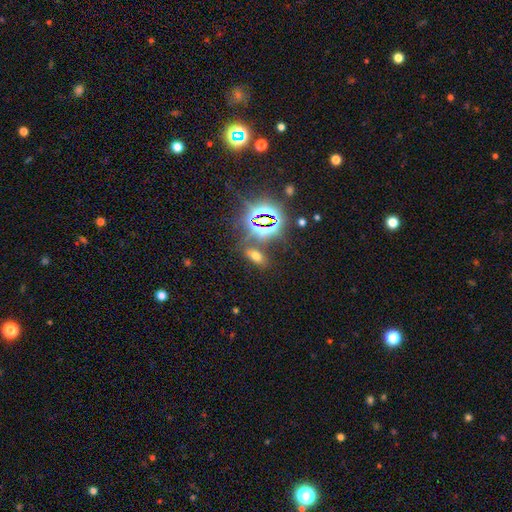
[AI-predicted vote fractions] smooth_or_featured: smooth (p=0.50) [alt: star or artifact p=0.40]
how_rounded: in between (p=0.84) [alt: round p=0.09]
merging: none (p=0.78) [alt: minor disturbance p=0.10]